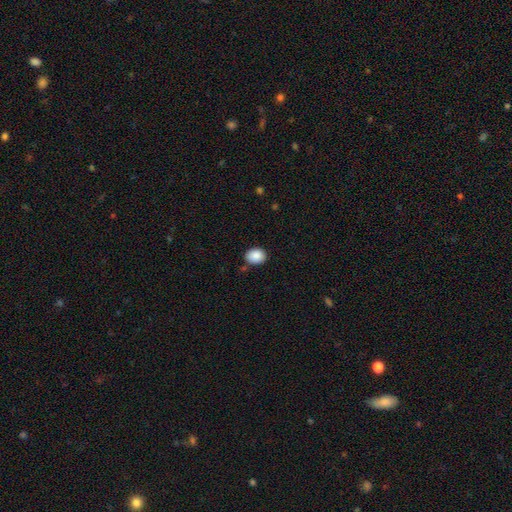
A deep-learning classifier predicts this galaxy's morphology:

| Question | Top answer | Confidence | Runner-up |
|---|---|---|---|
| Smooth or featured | smooth | 88% | star or artifact (8%) |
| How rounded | in between | 54% | round (45%) |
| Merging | none | 82% | minor disturbance (12%) |